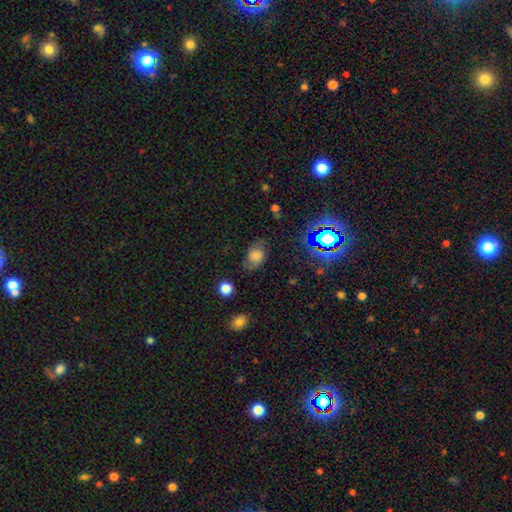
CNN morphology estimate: Smooth or featured? smooth (65%)
How rounded? in between (73%)
Merging? none (65%)